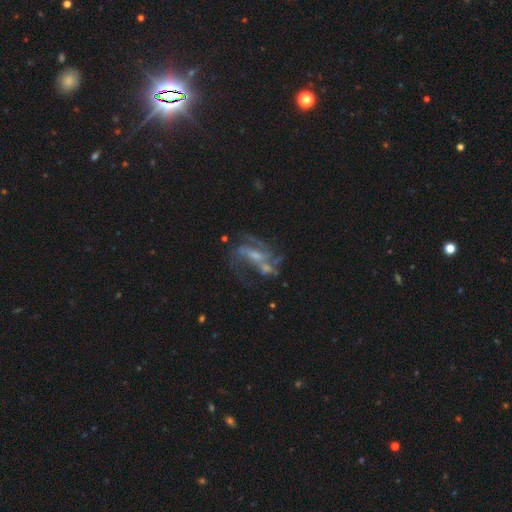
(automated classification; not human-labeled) A featured or disk galaxy (76%) with a weak bar (38%), 2 (33%) loose (43%) spiral arms (73%) and a small central bulge (39%). Merging: none (43%).